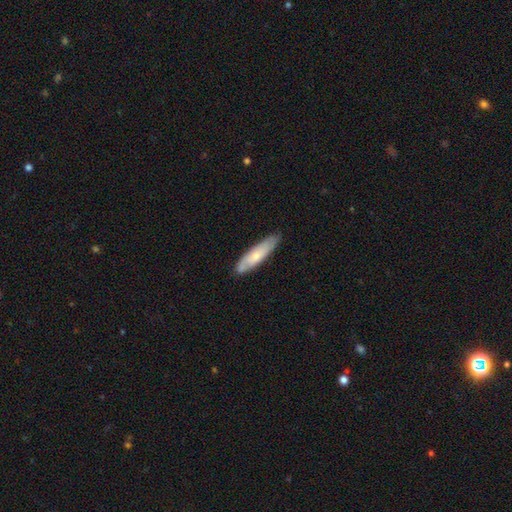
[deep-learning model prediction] Q: Smooth or featured?
A: smooth (56%); runner-up: featured or disk (39%)
Q: How rounded?
A: cigar-shaped (71%); runner-up: in between (27%)
Q: Merging?
A: none (80%); runner-up: minor disturbance (16%)